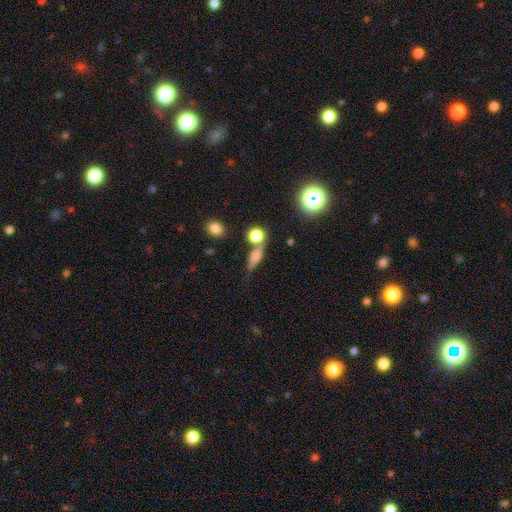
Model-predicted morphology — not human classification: This appears to be a smooth galaxy with no disk features (58%) that is cigar-shaped (42%). Merging: none (58%).